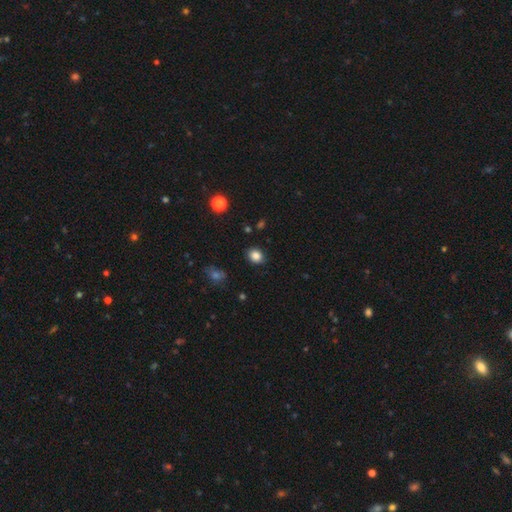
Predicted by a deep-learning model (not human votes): Morphology: type=smooth (85%); roundness=round (60%); merging=none (86%).